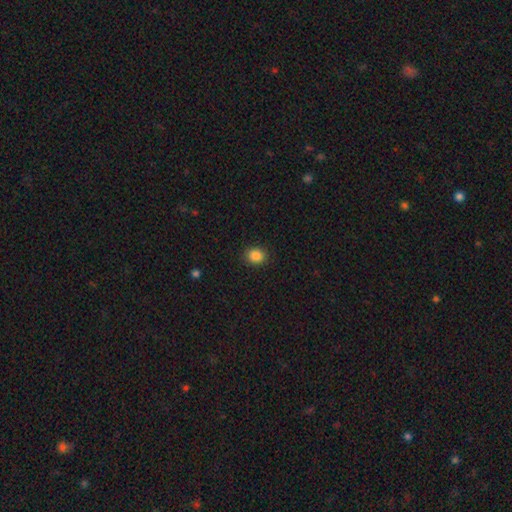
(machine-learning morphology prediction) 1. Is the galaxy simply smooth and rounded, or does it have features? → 87% smooth, 10% star or artifact, 3% featured or disk.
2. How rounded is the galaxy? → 74% round, 25% in between, 1% cigar-shaped.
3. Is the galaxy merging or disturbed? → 90% none, 7% minor disturbance, 2% major disturbance, 1% merger.